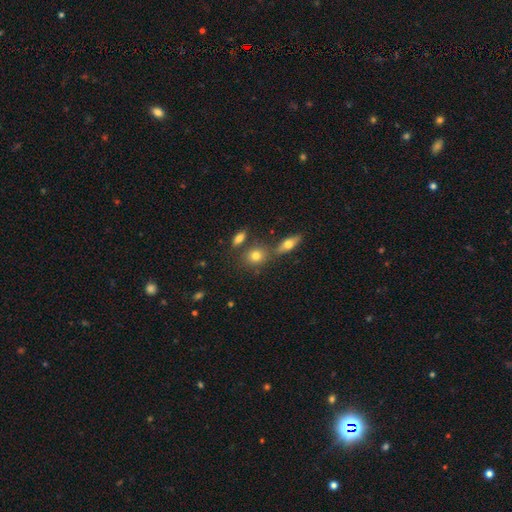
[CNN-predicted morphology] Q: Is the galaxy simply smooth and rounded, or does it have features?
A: smooth — 76%.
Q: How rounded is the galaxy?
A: round — 56%.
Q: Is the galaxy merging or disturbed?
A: none — 64%.